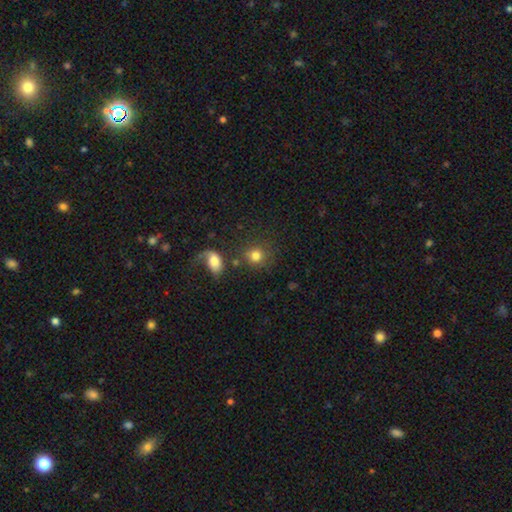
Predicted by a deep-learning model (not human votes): A smooth galaxy with no disk features (79%) that is round (84%).

Vote fractions:
- Smooth or featured? smooth: 79% / featured or disk: 11% / star or artifact: 10%
- How rounded? round: 84% / in between: 15% / cigar-shaped: 1%
- Merging? none: 67% / merger: 14% / minor disturbance: 10% / major disturbance: 9%